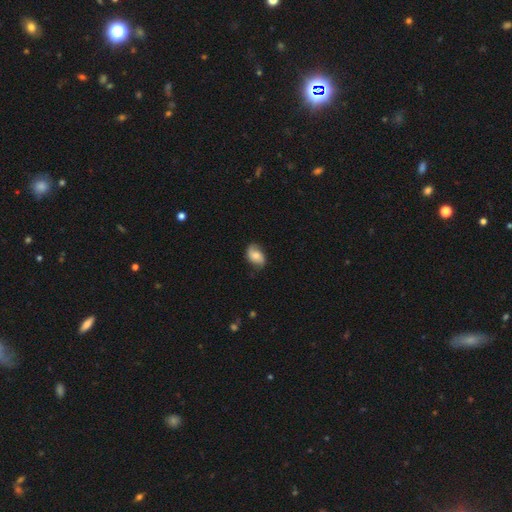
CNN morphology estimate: type=smooth (57%); roundness=in between (85%); merging=none (72%).